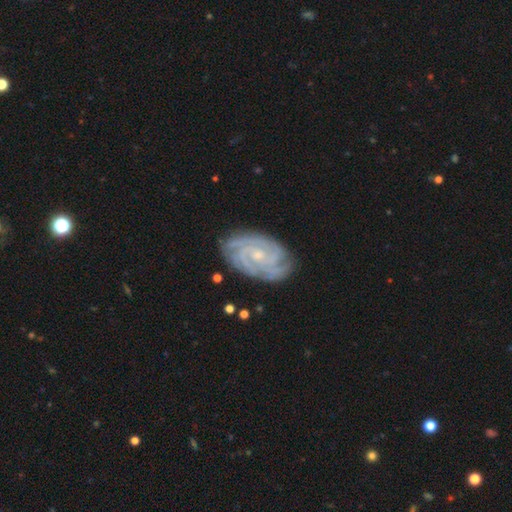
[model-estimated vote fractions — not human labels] Smooth or featured?
  - featured or disk: 79% *
  - star or artifact: 11%
  - smooth: 11%
Edge-on disk?
  - no: 96% *
  - yes: 4%
Bar?
  - no: 65% *
  - weak: 27%
  - strong: 8%
Spiral arms?
  - yes: 96% *
  - no: 4%
Spiral winding?
  - tight: 74% *
  - medium: 21%
  - loose: 5%
Spiral arm count?
  - can't tell: 27% *
  - 3: 20%
  - 4: 18%
  - 2: 17%
  - more than 4: 10%
  - 1: 8%
Bulge size?
  - small: 71% *
  - moderate: 25%
  - none: 2%
  - large: 1%
  - dominant: 1%
Merging?
  - none: 83% *
  - minor disturbance: 12%
  - major disturbance: 3%
  - merger: 1%